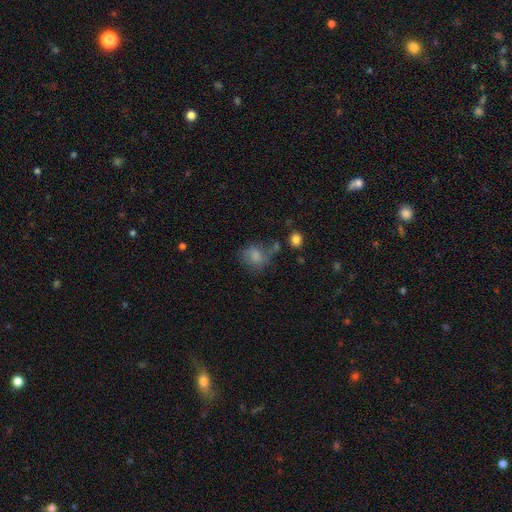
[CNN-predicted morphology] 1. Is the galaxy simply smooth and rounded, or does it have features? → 76% smooth, 13% featured or disk, 11% star or artifact.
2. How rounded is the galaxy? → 64% round, 35% in between, 1% cigar-shaped.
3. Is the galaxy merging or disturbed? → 50% none, 25% minor disturbance, 16% major disturbance, 8% merger.